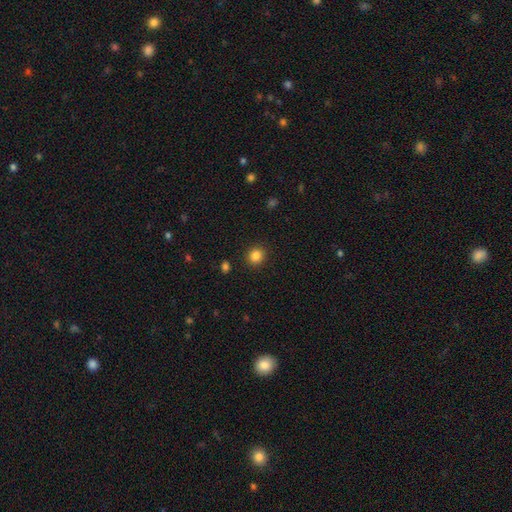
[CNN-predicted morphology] Smooth or featured? smooth (84%)
How rounded? round (86%)
Merging? none (91%)